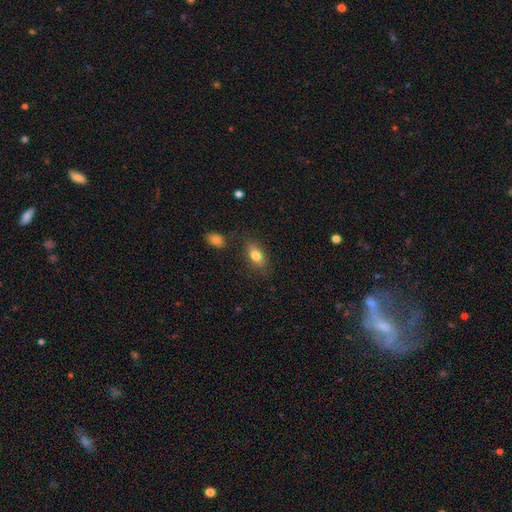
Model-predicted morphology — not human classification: A smooth galaxy with no disk features (77%) that is in between round and cigar-shaped (84%). Merging: none (78%).